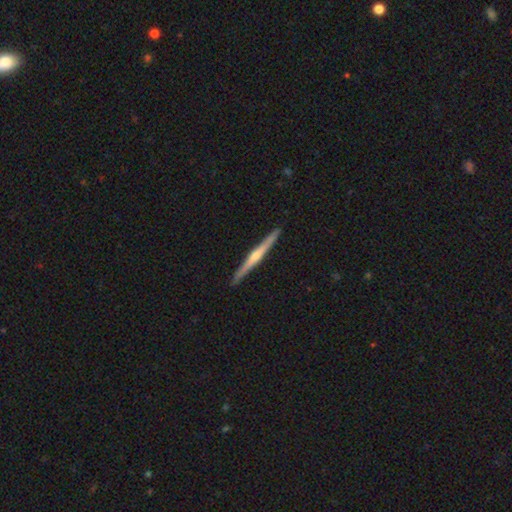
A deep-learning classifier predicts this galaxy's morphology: A featured or disk galaxy (78%) viewed edge-on (98%) with a rounded central bulge (80%). Merging: none (93%).